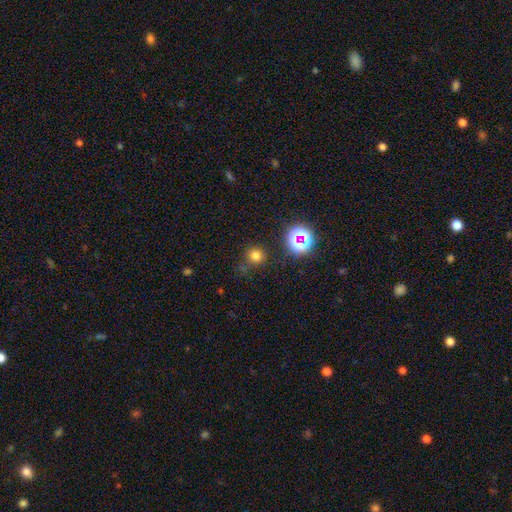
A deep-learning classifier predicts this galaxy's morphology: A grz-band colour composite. It shows a smooth galaxy with no disk features (72%) that is round (92%). Merging: none (80%).